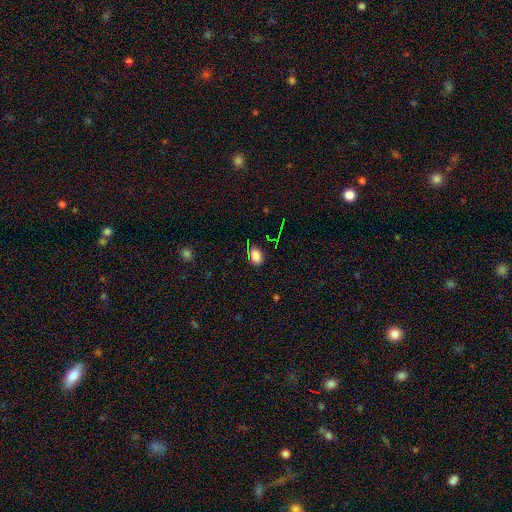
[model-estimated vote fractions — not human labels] smooth 79%, star or artifact 15%, featured or disk 6%. Down the decision tree: how rounded — in between (72%); merging — none (82%).